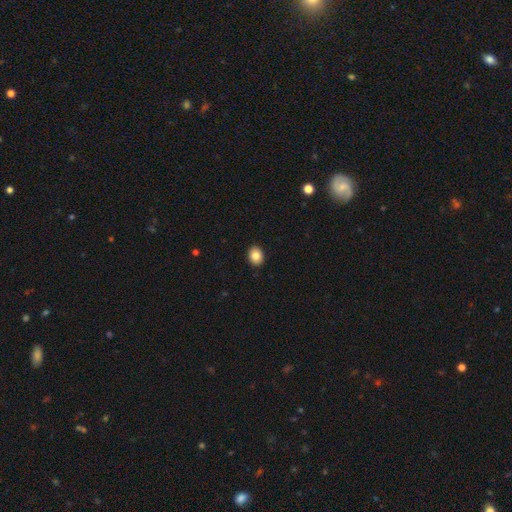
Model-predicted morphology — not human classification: type=smooth (85%); roundness=in between (52%); merging=none (91%).